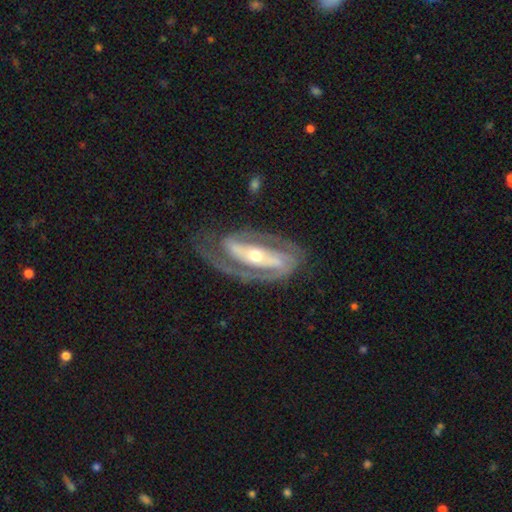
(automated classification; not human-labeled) Q: Smooth or featured?
A: featured or disk (91%); runner-up: smooth (5%)
Q: Edge-on disk?
A: no (94%); runner-up: yes (6%)
Q: Bar?
A: strong (64%); runner-up: weak (20%)
Q: Spiral arms?
A: yes (95%); runner-up: no (5%)
Q: Spiral winding?
A: tight (45%); runner-up: medium (43%)
Q: Spiral arm count?
A: 2 (86%); runner-up: 1 (5%)
Q: Bulge size?
A: moderate (53%); runner-up: small (42%)
Q: Merging?
A: none (71%); runner-up: minor disturbance (16%)